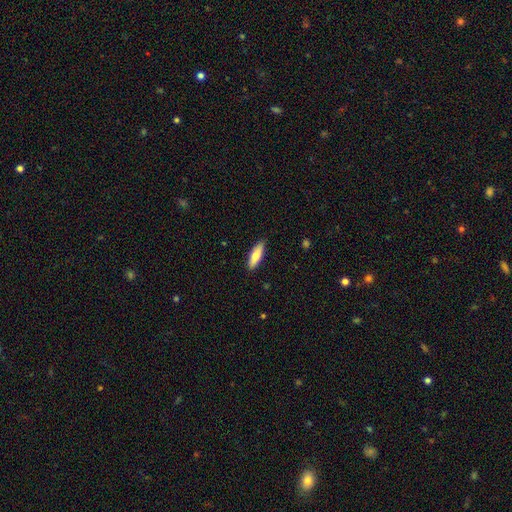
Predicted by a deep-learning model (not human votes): Smooth or featured? Predicted: smooth (p=0.77). How rounded? Predicted: in between (p=0.52). Merging? Predicted: none (p=0.86).